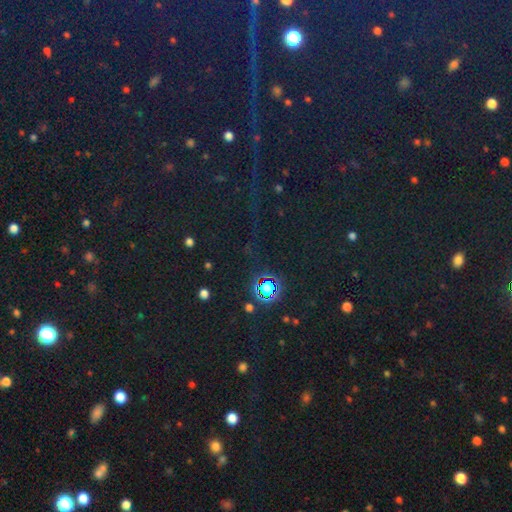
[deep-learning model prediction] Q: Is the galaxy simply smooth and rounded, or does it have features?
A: star or artifact — 82%.